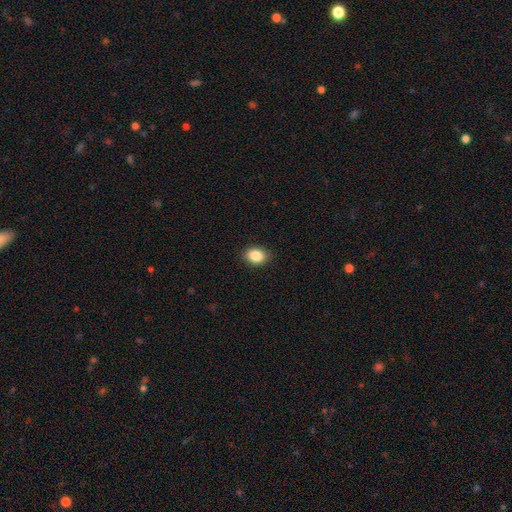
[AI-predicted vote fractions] Smooth or featured: smooth — 88% (star or artifact — 8%)
How rounded: in between — 73% (round — 26%)
Merging: none — 88% (minor disturbance — 9%)